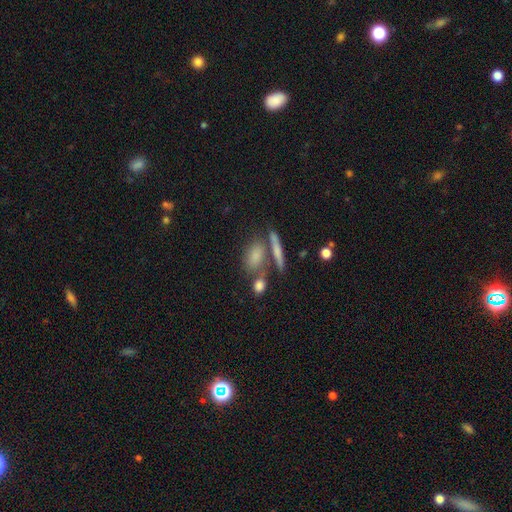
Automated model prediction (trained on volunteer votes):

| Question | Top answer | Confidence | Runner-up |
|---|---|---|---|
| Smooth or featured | smooth | 75% | featured or disk (16%) |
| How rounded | in between | 68% | cigar-shaped (21%) |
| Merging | none | 49% | merger (30%) |